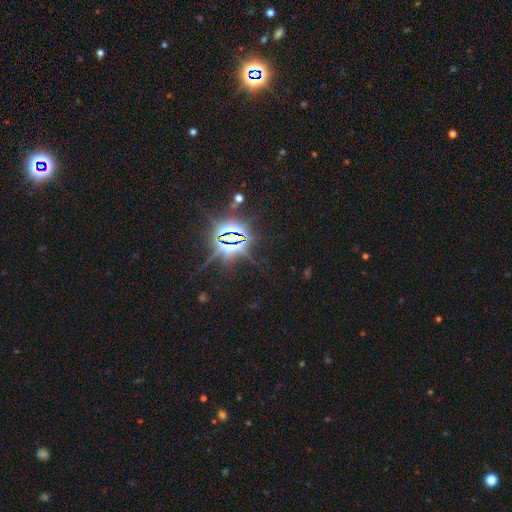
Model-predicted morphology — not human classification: Smooth or featured: star or artifact — 86% (smooth — 8%)